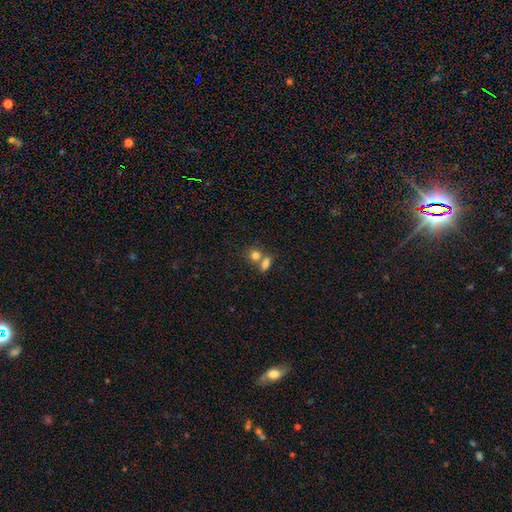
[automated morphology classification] smooth-or-featured: smooth: 79% | star or artifact: 10% | featured or disk: 10%
  how-rounded: round: 61% | in between: 36% | cigar-shaped: 3%
  merging: merger: 47% | none: 41% | minor disturbance: 8% | major disturbance: 4%